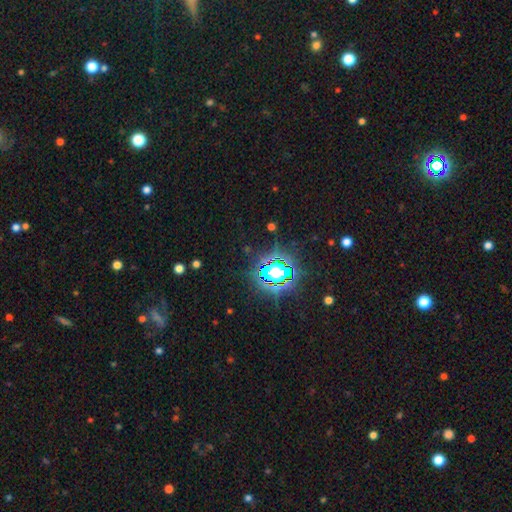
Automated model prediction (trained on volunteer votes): Smooth or featured? Predicted: star or artifact (p=0.81).